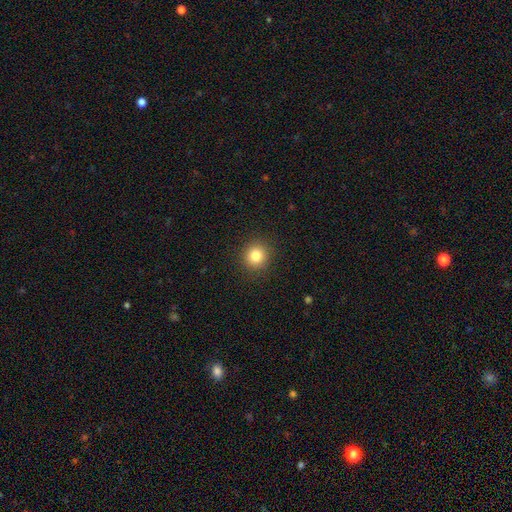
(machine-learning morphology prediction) This appears to be a smooth galaxy with no disk features (83%) that is round (90%). Merging: none (91%).